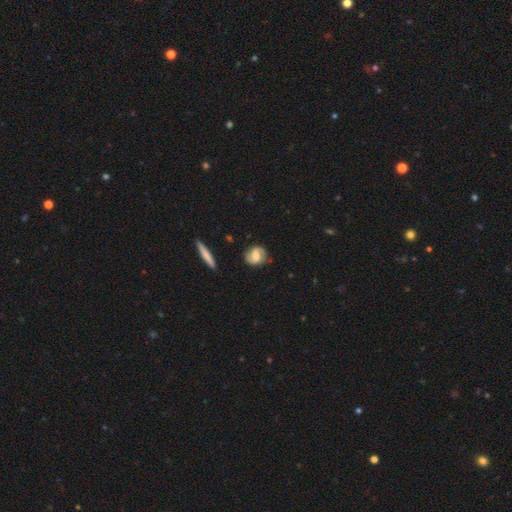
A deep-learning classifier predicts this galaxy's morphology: smooth-or-featured: featured or disk: 67% | smooth: 27% | star or artifact: 6%
  disk-edge-on: no: 96% | yes: 4%
    bar: weak: 49% | no: 35% | strong: 16%
    has-spiral-arms: yes: 93% | no: 7%
      spiral-winding: medium: 46% | loose: 29% | tight: 25%
      spiral-arm-count: 2: 88% | can't tell: 5% | 1: 4% | 3: 1% | 4: 1% | more than 4: 1%
    bulge-size: moderate: 51% | small: 22% | large: 15% | none: 11% | dominant: 2%
  merging: none: 80% | minor disturbance: 15% | major disturbance: 4% | merger: 2%